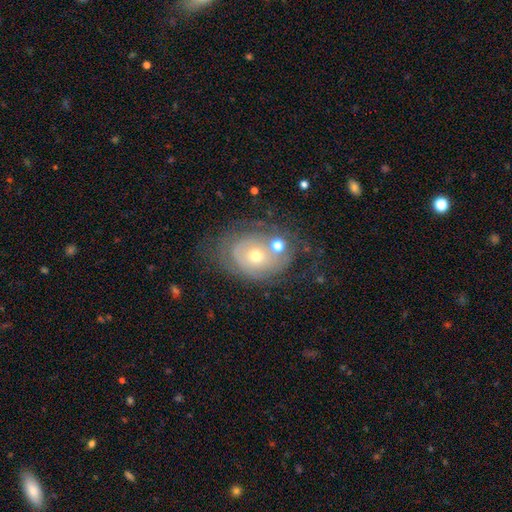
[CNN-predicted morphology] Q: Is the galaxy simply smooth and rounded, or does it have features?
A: featured or disk — 64%.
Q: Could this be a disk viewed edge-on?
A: no — 96%.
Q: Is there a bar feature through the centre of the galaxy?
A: no — 86%.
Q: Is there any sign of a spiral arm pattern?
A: yes — 62%.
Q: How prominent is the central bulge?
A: moderate — 55%.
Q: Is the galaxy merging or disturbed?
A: none — 49%.